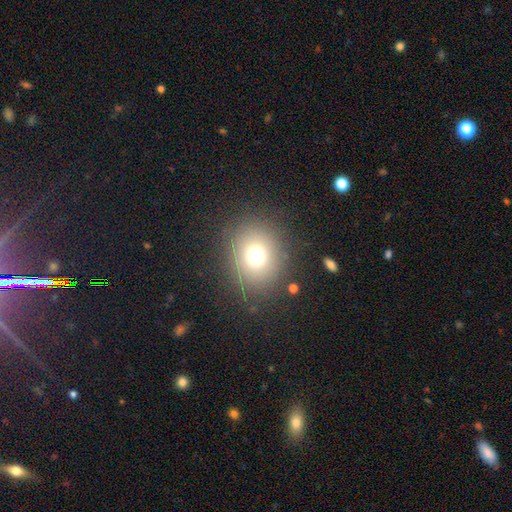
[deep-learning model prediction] Smooth or featured? Predicted: smooth (p=0.71). How rounded? Predicted: round (p=0.71). Merging? Predicted: none (p=0.84).